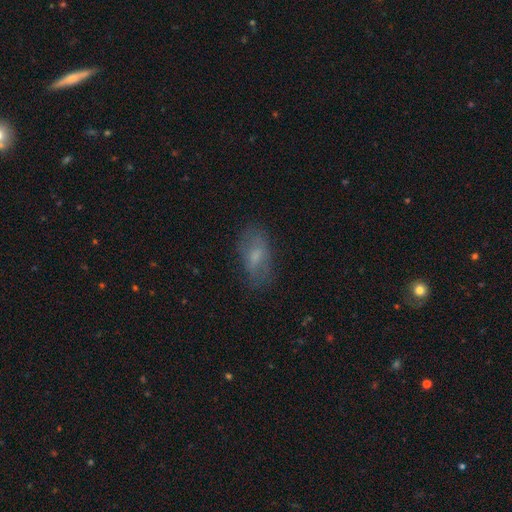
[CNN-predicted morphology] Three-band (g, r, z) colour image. It shows a smooth galaxy with no disk features (61%) that is in between round and cigar-shaped (89%). Merging: none (70%).